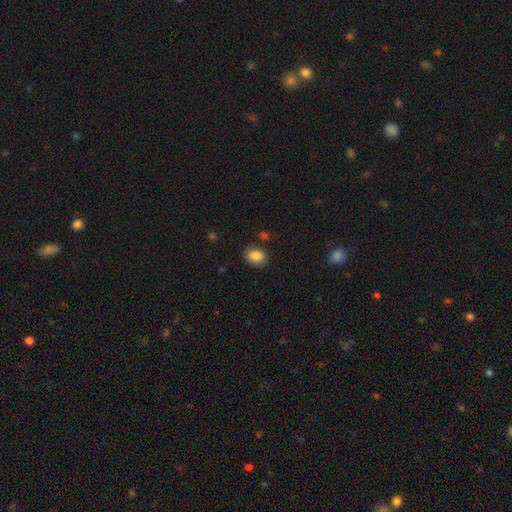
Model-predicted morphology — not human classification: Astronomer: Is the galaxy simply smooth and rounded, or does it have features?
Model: smooth — 86%.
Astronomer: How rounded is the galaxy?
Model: in between — 67%.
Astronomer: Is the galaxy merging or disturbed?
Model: none — 83%.